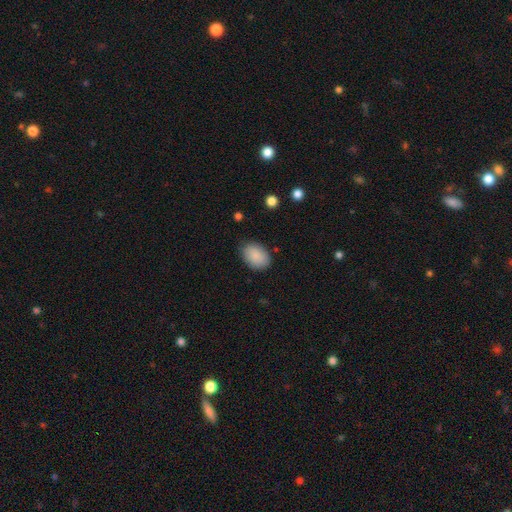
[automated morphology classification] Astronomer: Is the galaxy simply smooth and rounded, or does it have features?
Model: smooth — 88%.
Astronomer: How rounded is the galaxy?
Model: in between — 77%.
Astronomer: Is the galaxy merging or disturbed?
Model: none — 84%.